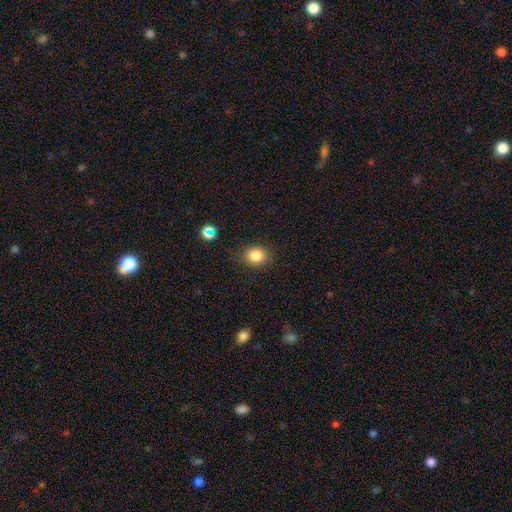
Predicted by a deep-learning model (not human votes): Morphology: type=smooth (83%); roundness=round (71%); merging=none (85%).